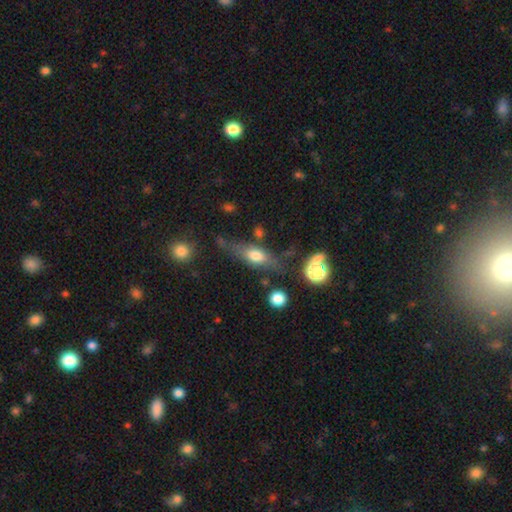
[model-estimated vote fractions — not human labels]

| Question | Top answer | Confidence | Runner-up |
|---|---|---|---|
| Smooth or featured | smooth | 56% | featured or disk (34%) |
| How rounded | in between | 60% | cigar-shaped (33%) |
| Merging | none | 56% | minor disturbance (23%) |